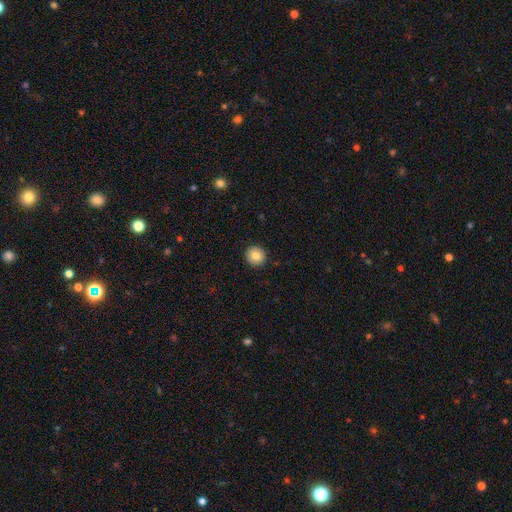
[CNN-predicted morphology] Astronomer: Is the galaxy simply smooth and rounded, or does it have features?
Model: smooth — 85%.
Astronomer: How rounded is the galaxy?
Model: round — 93%.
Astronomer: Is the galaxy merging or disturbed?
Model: none — 93%.